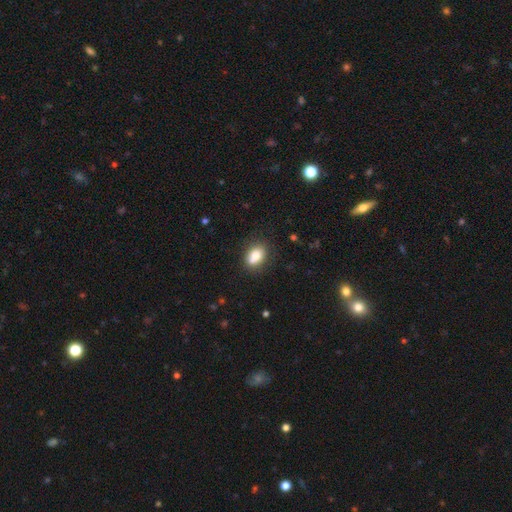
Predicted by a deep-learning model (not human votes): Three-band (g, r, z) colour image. It shows a smooth galaxy with no disk features (75%) that is in between round and cigar-shaped (57%). Merging: none (53%).